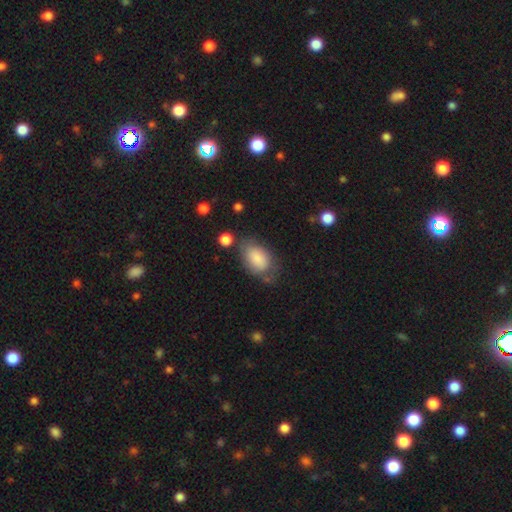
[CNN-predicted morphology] Overall: smooth (79%). How rounded: in between (90%). Merging: none (60%; minor disturbance 26%).